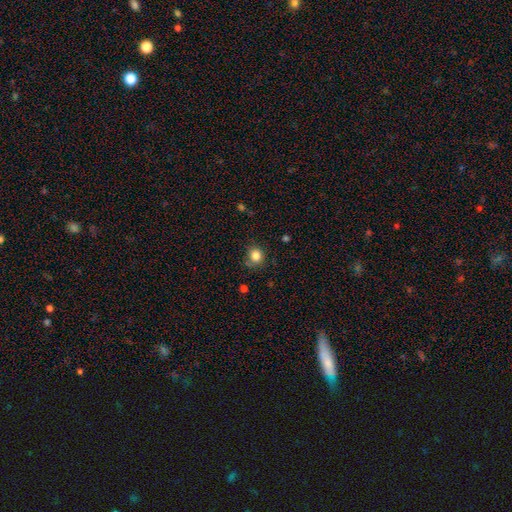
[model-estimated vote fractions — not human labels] Q: Smooth or featured?
A: smooth (83%); runner-up: star or artifact (12%)
Q: How rounded?
A: round (85%); runner-up: in between (14%)
Q: Merging?
A: none (76%); runner-up: minor disturbance (18%)